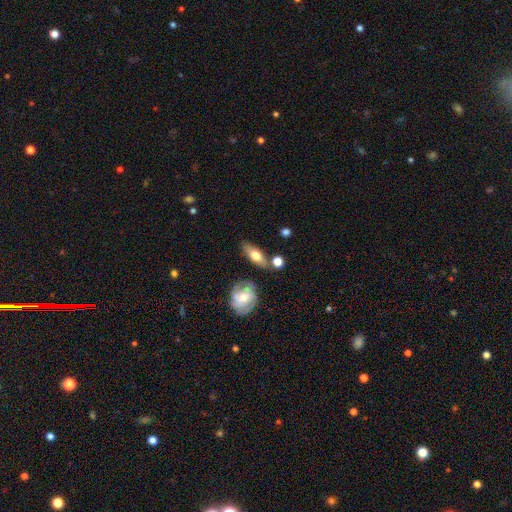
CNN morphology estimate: The model was most divided on "smooth or featured": smooth: 62%, featured or disk: 31%, star or artifact: 7%. More confident: merging — none (70%); how rounded — in between (69%).